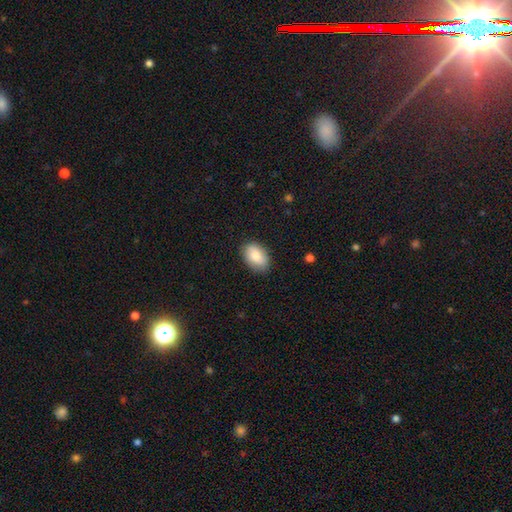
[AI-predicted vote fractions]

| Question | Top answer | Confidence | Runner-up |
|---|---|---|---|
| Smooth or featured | smooth | 83% | featured or disk (11%) |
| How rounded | in between | 90% | round (9%) |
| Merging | none | 85% | minor disturbance (12%) |